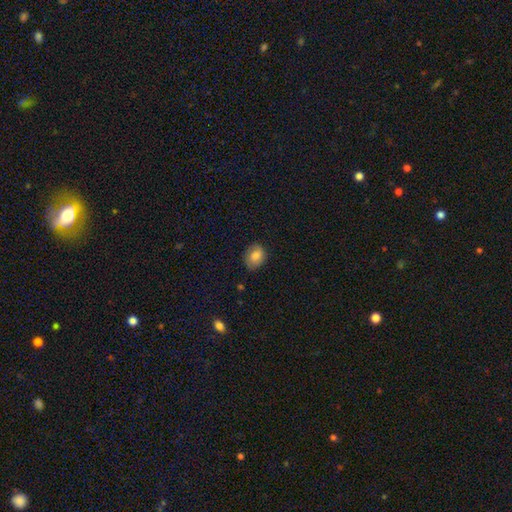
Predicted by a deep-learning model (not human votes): Morphology: type=smooth (80%); roundness=in between (56%); merging=none (77%).